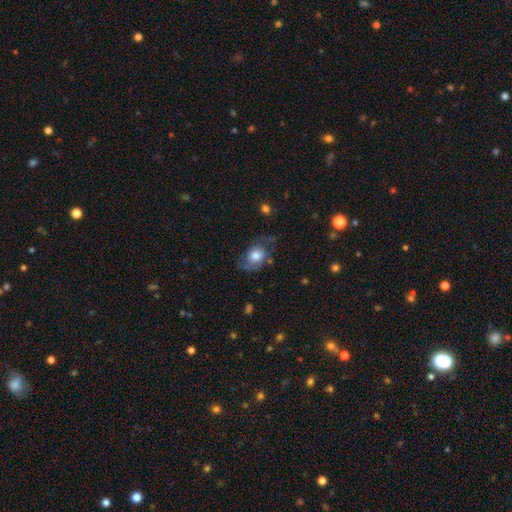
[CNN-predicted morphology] Smooth or featured?
  - smooth: 53% *
  - featured or disk: 39%
  - star or artifact: 8%
How rounded?
  - in between: 60% *
  - round: 39%
  - cigar-shaped: 1%
Merging?
  - none: 49% *
  - minor disturbance: 27%
  - major disturbance: 21%
  - merger: 3%